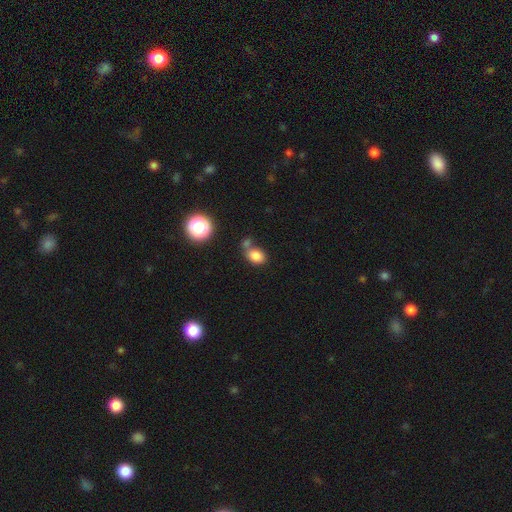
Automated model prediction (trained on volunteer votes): smooth_or_featured: smooth (p=0.82) [alt: star or artifact p=0.12]
how_rounded: in between (p=0.69) [alt: round p=0.30]
merging: none (p=0.53) [alt: merger p=0.29]